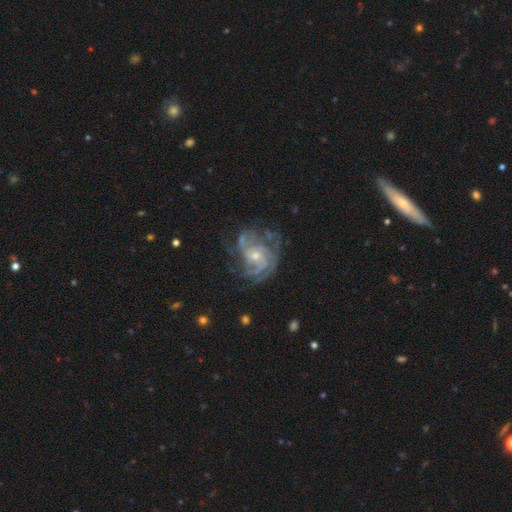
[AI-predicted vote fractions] Overall: featured or disk (86%). Edge-on disk: no (98%). Bar: no (64%; weak 30%). Spiral arms: yes (94%). Spiral arm count: can't tell (32%; 3 22%). Spiral winding: tight (52%; medium 37%). Bulge size: small (55%; moderate 41%). Merging: none (60%; minor disturbance 21%).